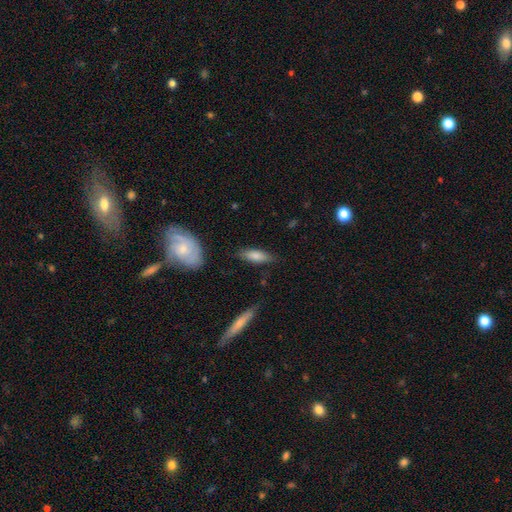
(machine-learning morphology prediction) Q: Smooth or featured?
A: smooth (76%); runner-up: featured or disk (18%)
Q: How rounded?
A: in between (59%); runner-up: cigar-shaped (39%)
Q: Merging?
A: none (78%); runner-up: minor disturbance (16%)